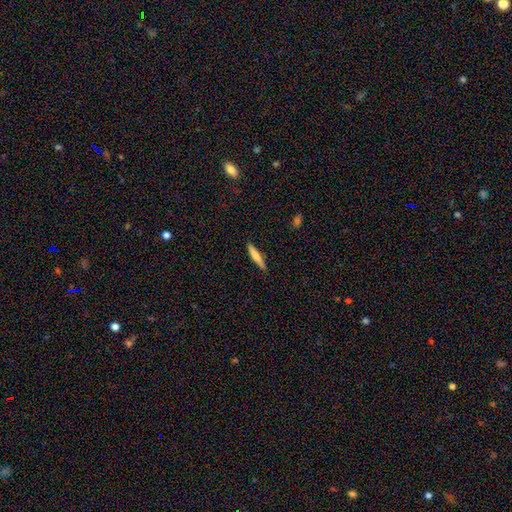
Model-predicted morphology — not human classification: This appears to be a smooth galaxy with no disk features (68%) that is cigar-shaped (91%). Merging: none (89%).